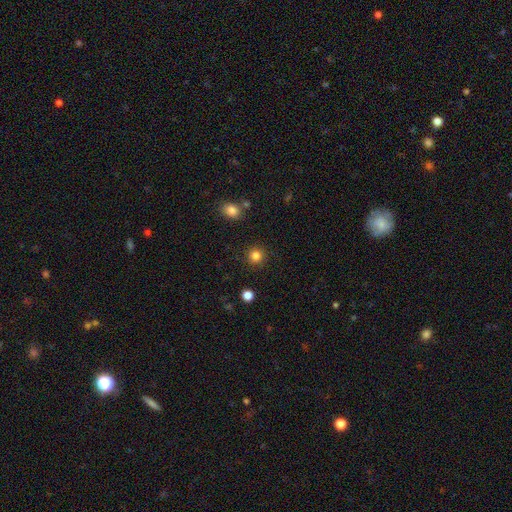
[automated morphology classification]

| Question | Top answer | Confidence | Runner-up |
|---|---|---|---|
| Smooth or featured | smooth | 83% | star or artifact (12%) |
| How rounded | round | 93% | in between (6%) |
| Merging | none | 90% | minor disturbance (6%) |